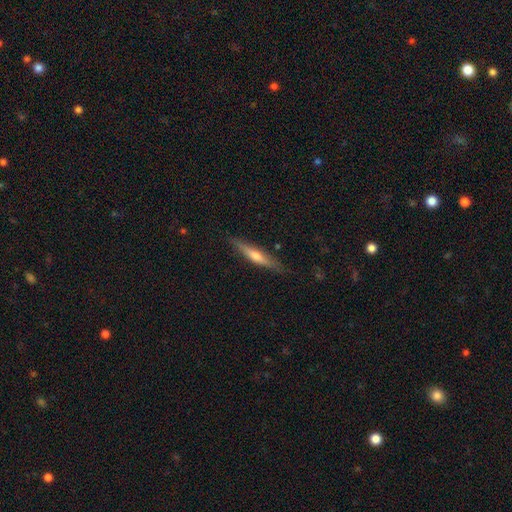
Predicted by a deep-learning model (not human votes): Morphology: type=featured or disk (55%); edge-on=yes (94%); edge-on bulge=rounded (81%); merging=none (84%).